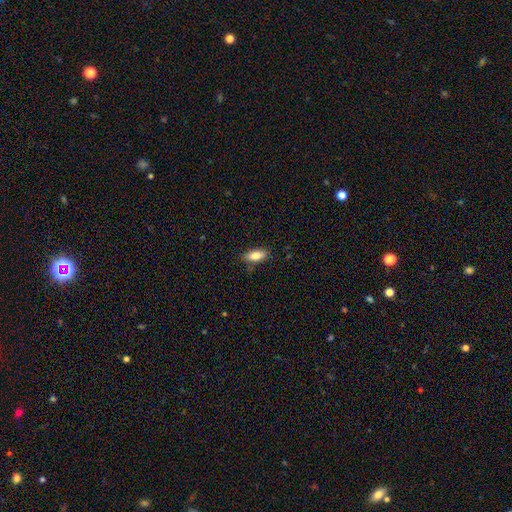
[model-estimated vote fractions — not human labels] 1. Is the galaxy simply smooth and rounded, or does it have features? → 82% smooth, 11% featured or disk, 7% star or artifact.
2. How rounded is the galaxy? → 78% in between, 20% cigar-shaped, 2% round.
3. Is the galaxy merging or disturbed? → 80% none, 15% minor disturbance, 3% major disturbance, 2% merger.